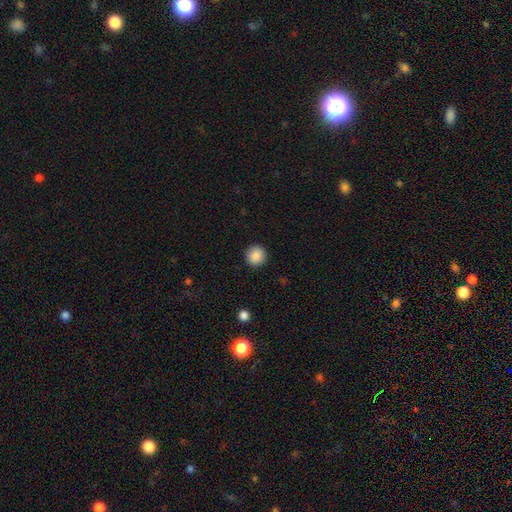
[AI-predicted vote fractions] Smooth or featured: smooth — 88% (star or artifact — 8%)
How rounded: round — 94% (in between — 5%)
Merging: none — 92% (minor disturbance — 5%)